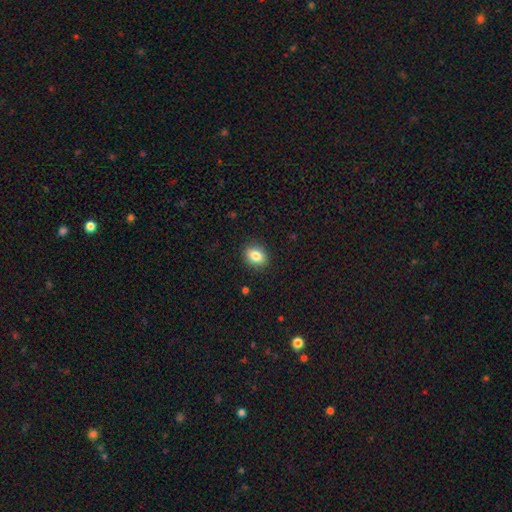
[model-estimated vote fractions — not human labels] smooth 83%, star or artifact 9%, featured or disk 9%. Down the decision tree: how rounded — in between (63%); merging — none (88%).